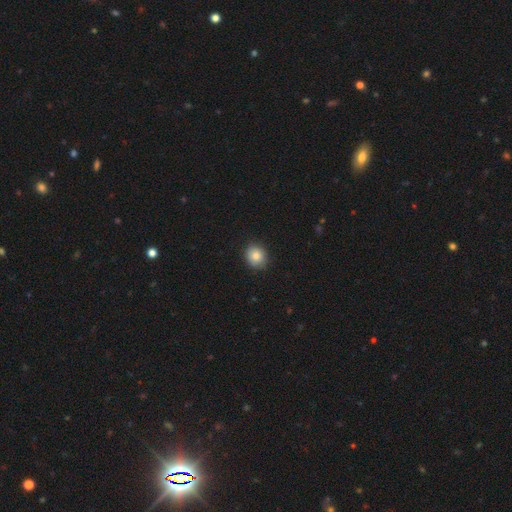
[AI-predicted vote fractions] Morphology: type=smooth (83%); roundness=round (80%); merging=none (88%).